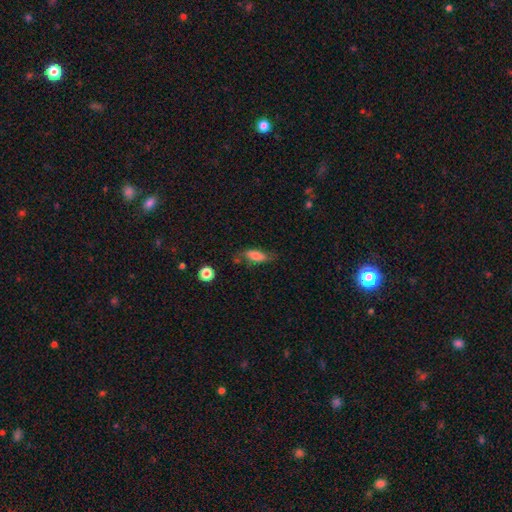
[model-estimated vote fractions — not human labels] Smooth or featured: smooth — 71% (featured or disk — 21%)
How rounded: in between — 73% (cigar-shaped — 23%)
Merging: none — 61% (minor disturbance — 27%)